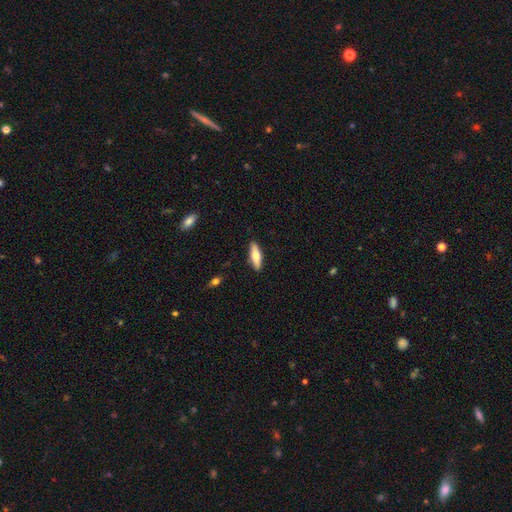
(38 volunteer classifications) Smooth or featured: smooth — 71% (featured or disk — 24%)
How rounded: cigar-shaped — 78% (in between — 22%)
Merging: none — 92% (minor disturbance — 6%)